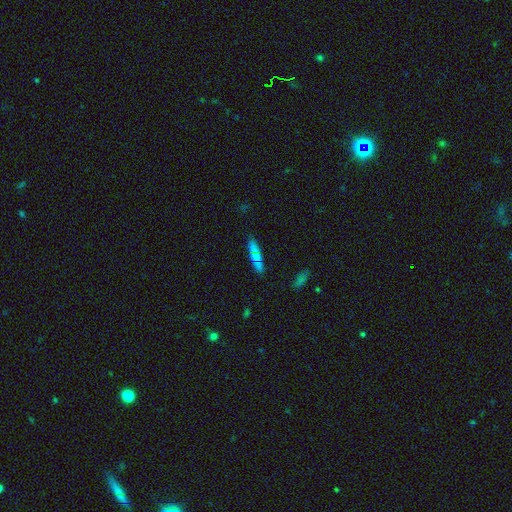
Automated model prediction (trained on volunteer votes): A smooth galaxy with no disk features (65%) that is cigar-shaped (70%). Merging: none (78%).